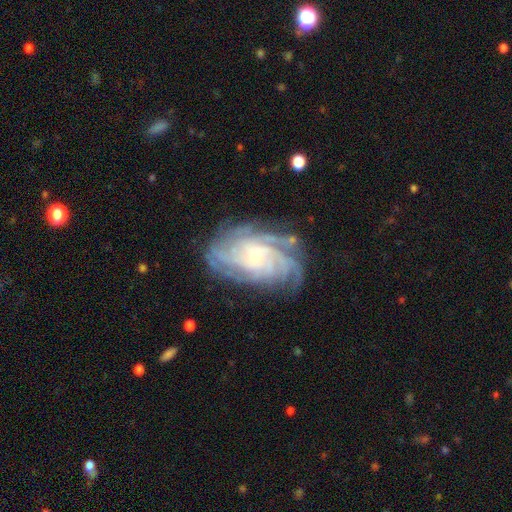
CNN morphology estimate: smooth-or-featured: featured or disk: 89% | star or artifact: 6% | smooth: 5%
  disk-edge-on: no: 96% | yes: 4%
    bar: no: 68% | weak: 26% | strong: 6%
    has-spiral-arms: yes: 98% | no: 2%
      spiral-winding: tight: 71% | medium: 24% | loose: 5%
      spiral-arm-count: more than 4: 31% | 4: 27% | can't tell: 20% | 3: 10% | 2: 7% | 1: 6%
    bulge-size: small: 73% | moderate: 23% | large: 1% | none: 1% | dominant: 1%
  merging: none: 76% | minor disturbance: 16% | major disturbance: 6% | merger: 2%